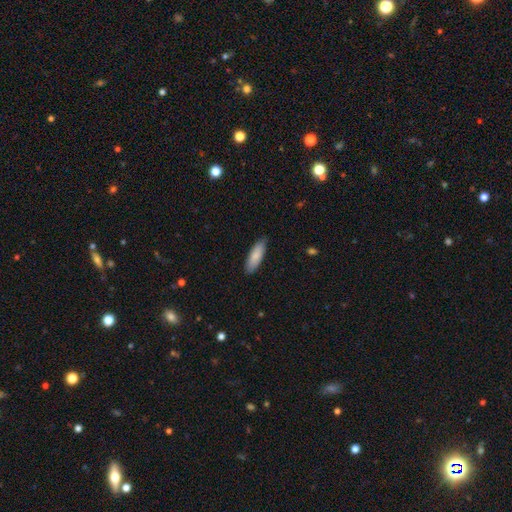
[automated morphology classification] Smooth or featured? Predicted: smooth (p=0.85). How rounded? Predicted: in between (p=0.57). Merging? Predicted: none (p=0.86).